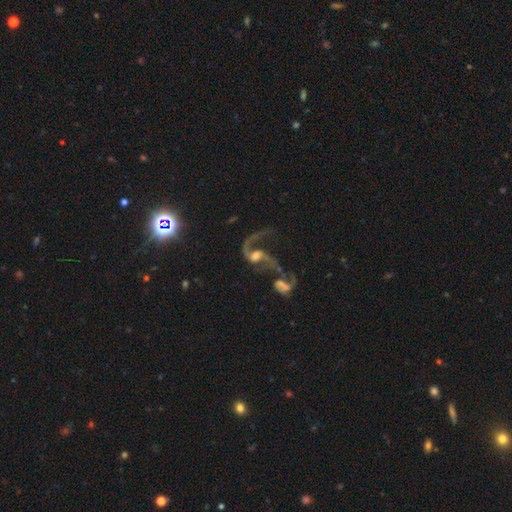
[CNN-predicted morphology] smooth-or-featured: featured or disk: 82% | smooth: 9% | star or artifact: 8%
  disk-edge-on: no: 97% | yes: 3%
    bar: no: 48% | weak: 37% | strong: 16%
    has-spiral-arms: yes: 90% | no: 10%
      spiral-winding: loose: 73% | medium: 22% | tight: 5%
      spiral-arm-count: 2: 71% | 1: 20% | can't tell: 4% | 3: 3% | 4: 1% | more than 4: 1%
    bulge-size: moderate: 50% | small: 20% | large: 18% | none: 9% | dominant: 3%
  merging: merger: 42% | major disturbance: 26% | none: 22% | minor disturbance: 10%